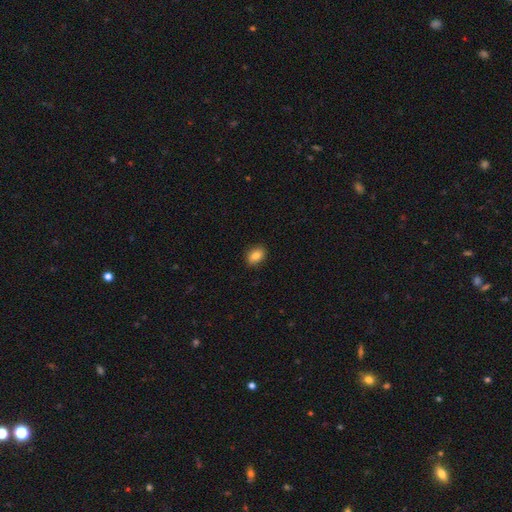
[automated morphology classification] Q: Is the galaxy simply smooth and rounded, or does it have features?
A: smooth — 83%.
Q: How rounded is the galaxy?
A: in between — 69%.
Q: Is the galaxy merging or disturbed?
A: none — 88%.